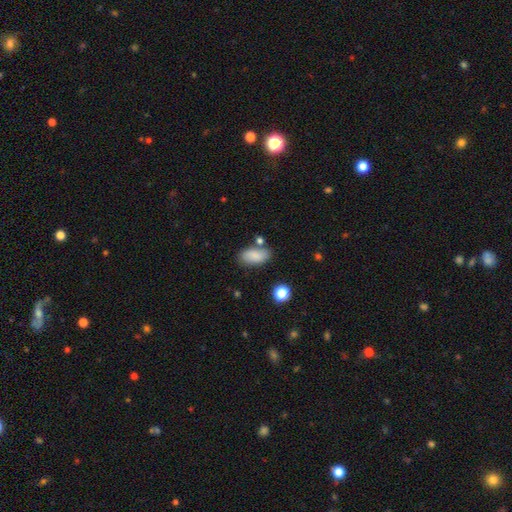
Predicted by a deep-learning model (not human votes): Smooth or featured? Predicted: smooth (p=0.85). How rounded? Predicted: in between (p=0.92). Merging? Predicted: none (p=0.72).